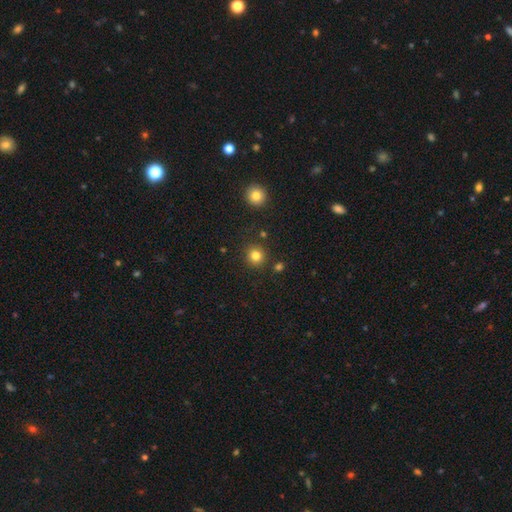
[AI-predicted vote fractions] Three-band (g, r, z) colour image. It shows a smooth galaxy with no disk features (82%) that is round (93%). Merging: none (88%).